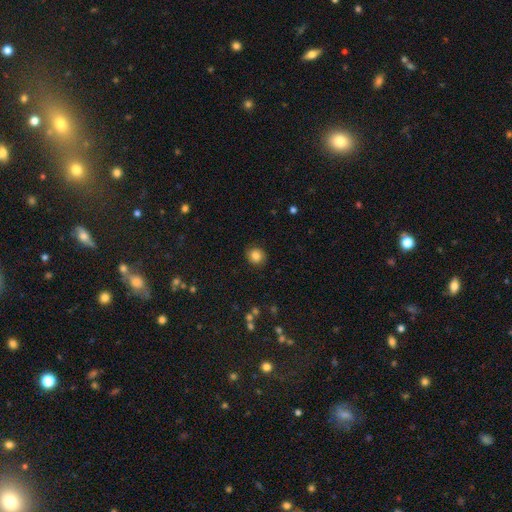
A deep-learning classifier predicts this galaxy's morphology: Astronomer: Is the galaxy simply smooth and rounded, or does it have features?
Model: smooth — 80%.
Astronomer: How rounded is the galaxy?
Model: round — 82%.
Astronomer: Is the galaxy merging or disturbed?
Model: none — 86%.